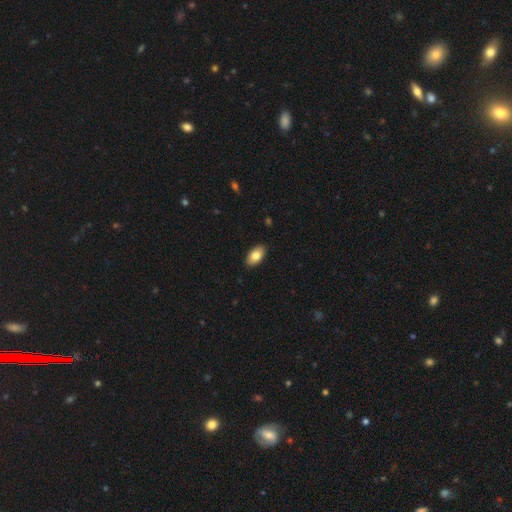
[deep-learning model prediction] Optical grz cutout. It shows a smooth galaxy with no disk features (81%) that is in between round and cigar-shaped (94%). Merging: none (90%).